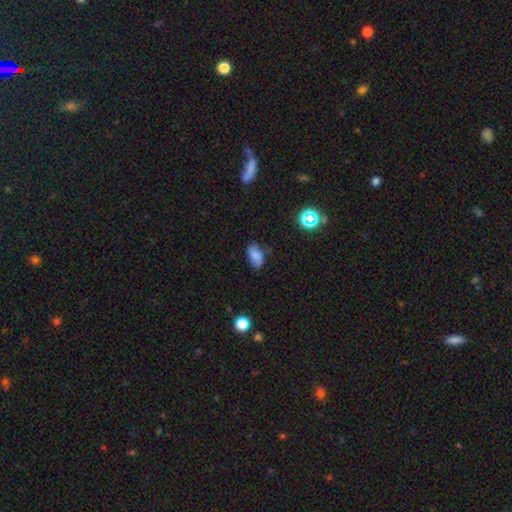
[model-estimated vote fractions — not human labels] Q: Smooth or featured?
A: smooth (77%); runner-up: star or artifact (13%)
Q: How rounded?
A: in between (90%); runner-up: round (7%)
Q: Merging?
A: none (67%); runner-up: minor disturbance (25%)